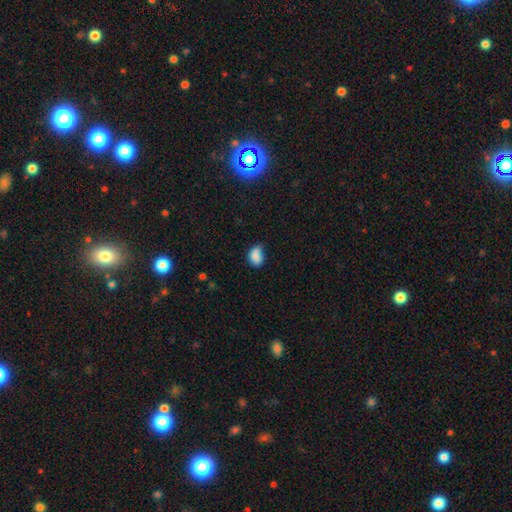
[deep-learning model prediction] Smooth or featured: smooth — 83% (star or artifact — 9%)
How rounded: in between — 73% (round — 25%)
Merging: none — 43% (minor disturbance — 40%)